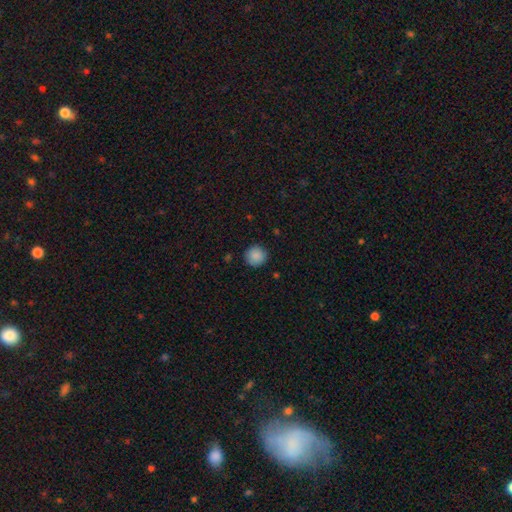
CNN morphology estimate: Smooth or featured? smooth (88%)
How rounded? round (94%)
Merging? none (89%)